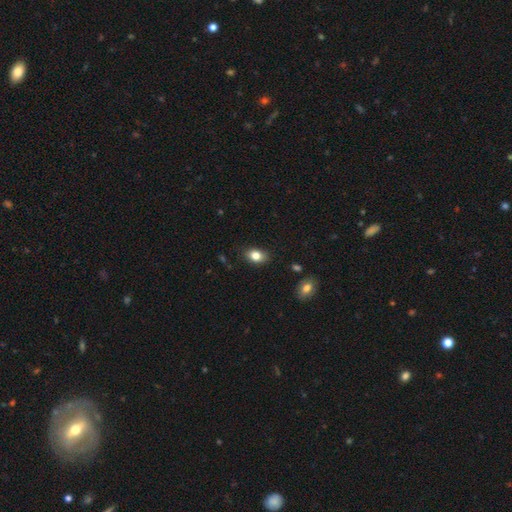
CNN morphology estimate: Smooth or featured: smooth — 83% (star or artifact — 9%)
How rounded: in between — 79% (round — 19%)
Merging: none — 84% (minor disturbance — 13%)